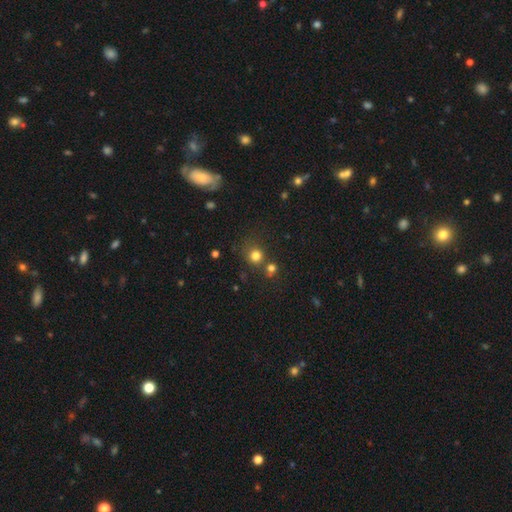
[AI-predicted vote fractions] This appears to be a smooth galaxy with no disk features (77%) that is round (87%). Merging: none (65%).